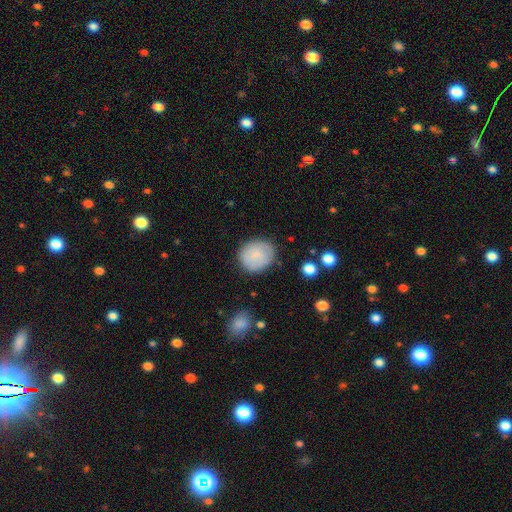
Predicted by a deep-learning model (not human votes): Morphology: type=smooth (81%); roundness=round (71%); merging=none (82%).